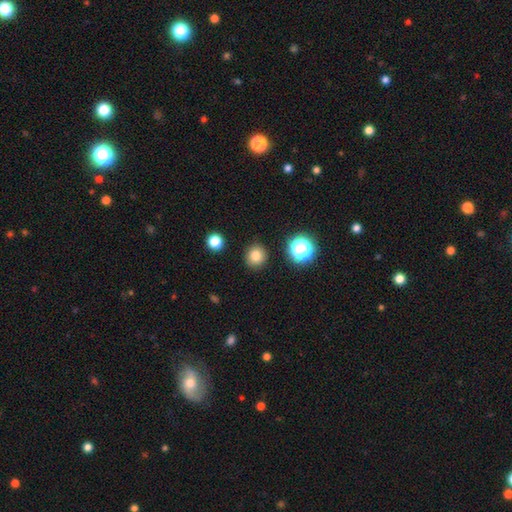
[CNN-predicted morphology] type=smooth (80%); roundness=round (90%); merging=none (90%).